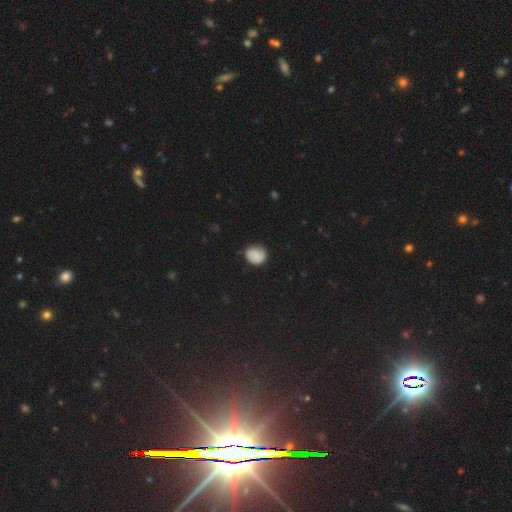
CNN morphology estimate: Smooth or featured?
  - smooth: 77% *
  - featured or disk: 13%
  - star or artifact: 10%
How rounded?
  - round: 68% *
  - in between: 31%
  - cigar-shaped: 1%
Merging?
  - none: 71% *
  - minor disturbance: 23%
  - major disturbance: 4%
  - merger: 1%